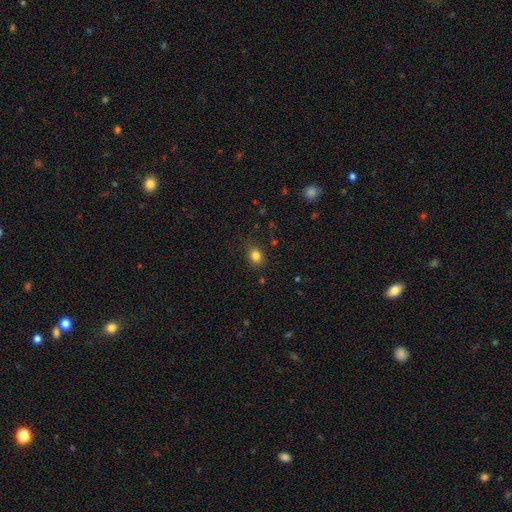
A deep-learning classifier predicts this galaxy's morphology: Smooth or featured: smooth — 82% (star or artifact — 12%)
How rounded: round — 51% (in between — 48%)
Merging: none — 83% (minor disturbance — 12%)